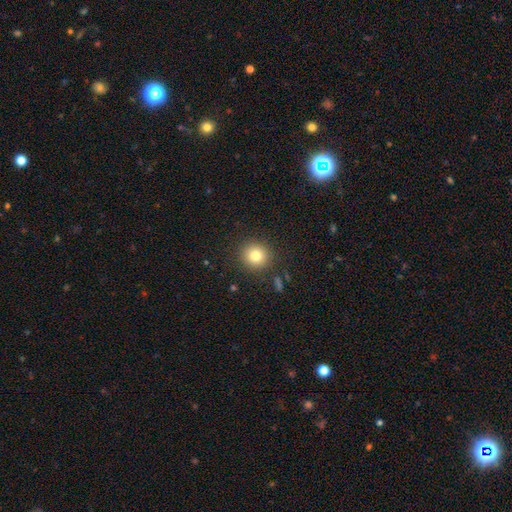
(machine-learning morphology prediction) A smooth galaxy with no disk features (80%) that is round (91%). Merging: none (89%).